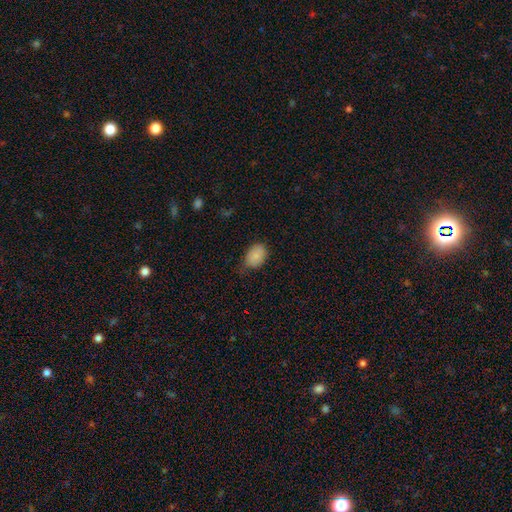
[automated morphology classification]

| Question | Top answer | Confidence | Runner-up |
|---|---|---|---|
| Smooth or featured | smooth | 83% | featured or disk (9%) |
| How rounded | in between | 81% | round (18%) |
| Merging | none | 52% | minor disturbance (38%) |